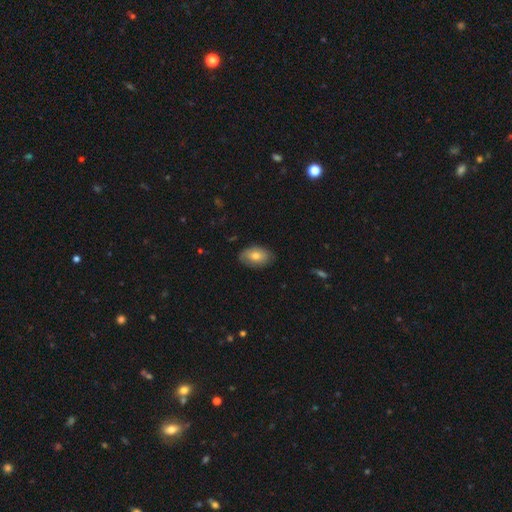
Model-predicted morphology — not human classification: Q: Smooth or featured?
A: smooth (71%); runner-up: featured or disk (21%)
Q: How rounded?
A: in between (90%); runner-up: round (8%)
Q: Merging?
A: none (79%); runner-up: minor disturbance (17%)